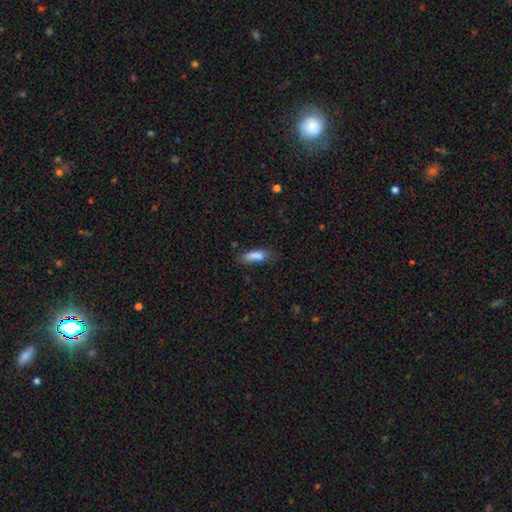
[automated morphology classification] smooth 84%, featured or disk 9%, star or artifact 8%. Down the decision tree: how rounded — in between (55%); merging — none (64%).